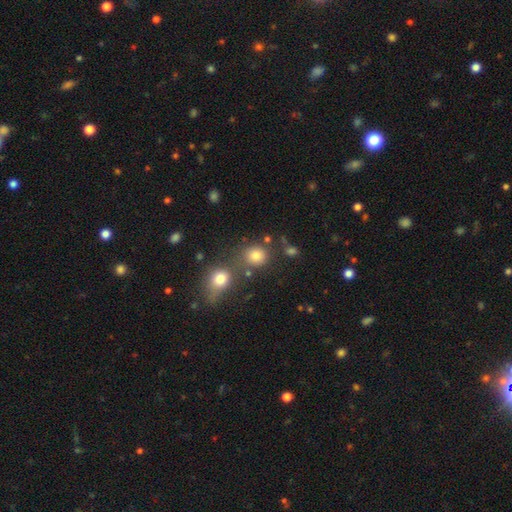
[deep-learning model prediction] This appears to be a smooth galaxy with no disk features (77%) that is round (79%). Merging: none (61%).